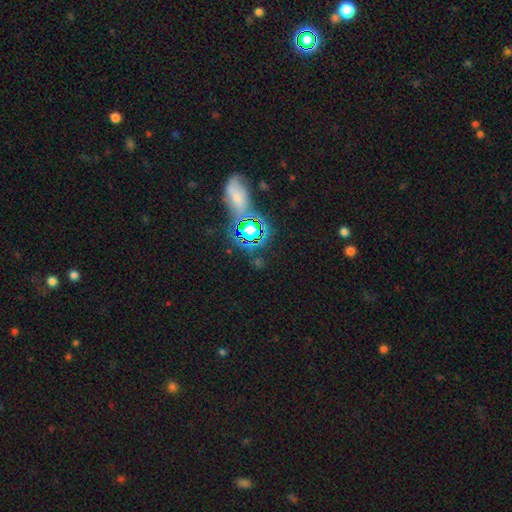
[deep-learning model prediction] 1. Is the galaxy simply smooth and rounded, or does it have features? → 67% star or artifact, 19% smooth, 14% featured or disk.